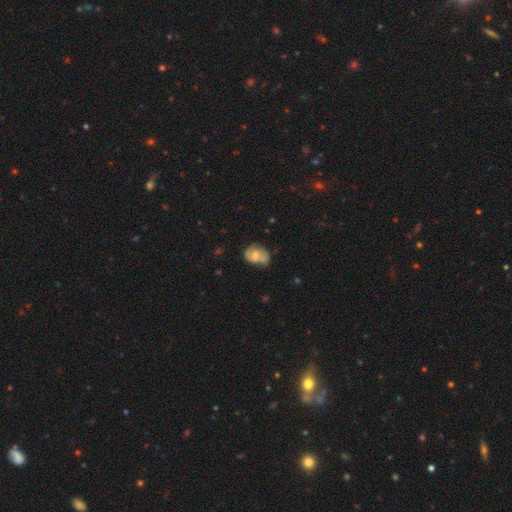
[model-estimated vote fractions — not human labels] A featured or disk galaxy (49%).

Vote fractions:
- Smooth or featured? featured or disk: 49% / smooth: 43% / star or artifact: 8%
- Merging? none: 45% / minor disturbance: 36% / major disturbance: 13% / merger: 6%